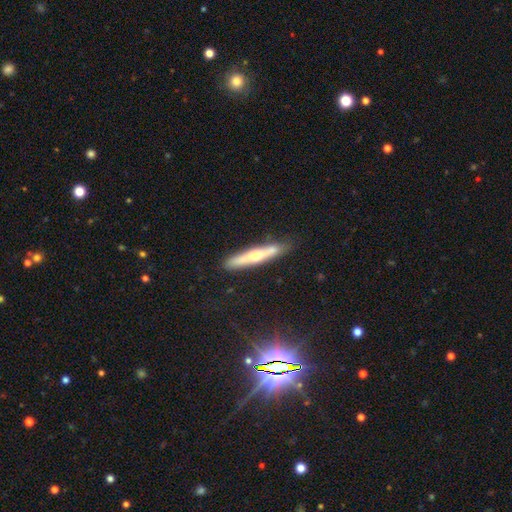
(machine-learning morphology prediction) The model was most divided on "smooth or featured": featured or disk: 57%, smooth: 33%, star or artifact: 10%. More confident: edge-on disk — yes (92%); merging — none (83%); edge-on bulge — rounded (80%).